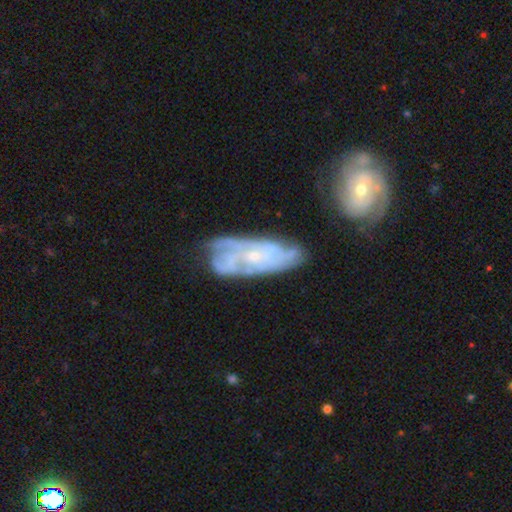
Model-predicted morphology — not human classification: This is likely a featured or disk galaxy (79%). It is clearly not viewed edge-on (91%). Bar: likely no (70%). Spiral arm pattern: clearly yes (89%). Spiral arm count: marginally can't tell (43%). Spiral winding: possibly tight (60%). Central bulge: likely small (73%). Merging: possibly none (60%).